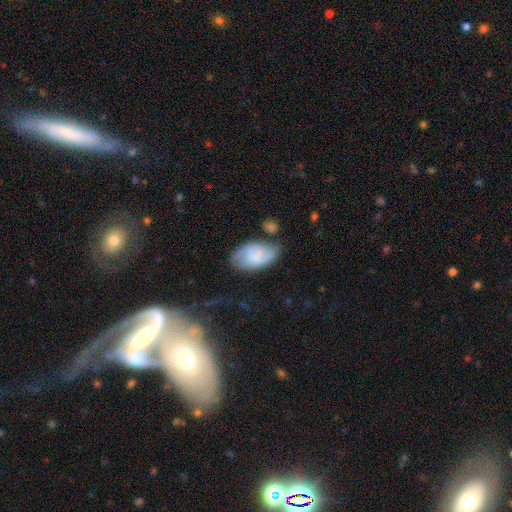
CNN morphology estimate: The model was most divided on "smooth or featured": smooth: 47%, featured or disk: 45%, star or artifact: 8%. More confident: merging — none (55%).